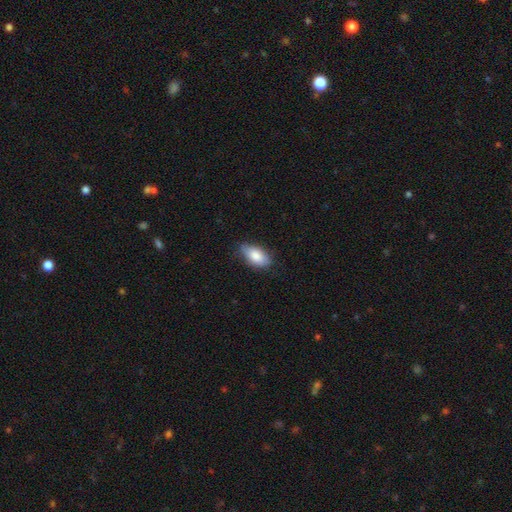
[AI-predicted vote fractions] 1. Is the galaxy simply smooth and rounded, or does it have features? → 84% smooth, 9% featured or disk, 6% star or artifact.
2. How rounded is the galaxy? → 91% in between, 6% cigar-shaped, 3% round.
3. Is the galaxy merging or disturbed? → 74% none, 21% minor disturbance, 3% major disturbance, 1% merger.